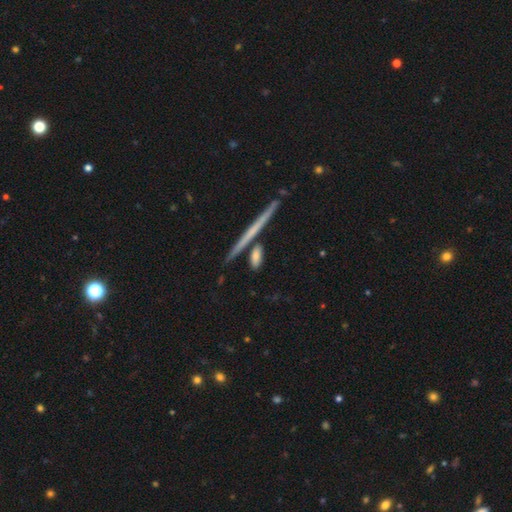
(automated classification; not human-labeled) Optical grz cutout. It shows a smooth galaxy with no disk features (68%) that is cigar-shaped (57%). Merging: none (73%).